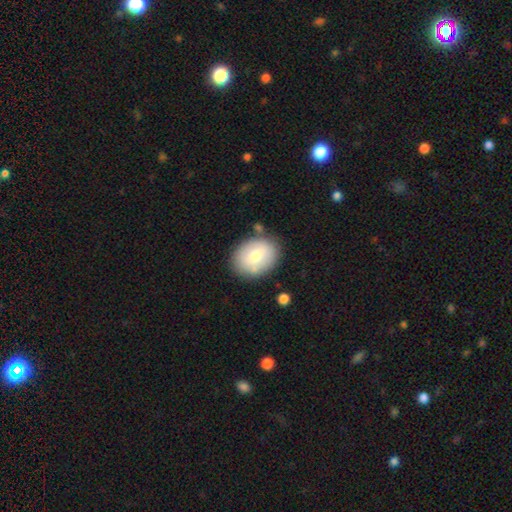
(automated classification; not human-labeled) This is likely a smooth galaxy (69%). How rounded: likely in between (60%). Merging: likely none (77%).